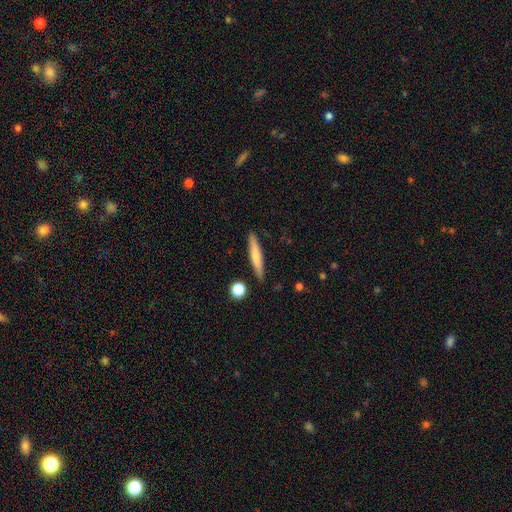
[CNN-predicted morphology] Overall: smooth (68%). How rounded: cigar-shaped (92%). Merging: none (87%).